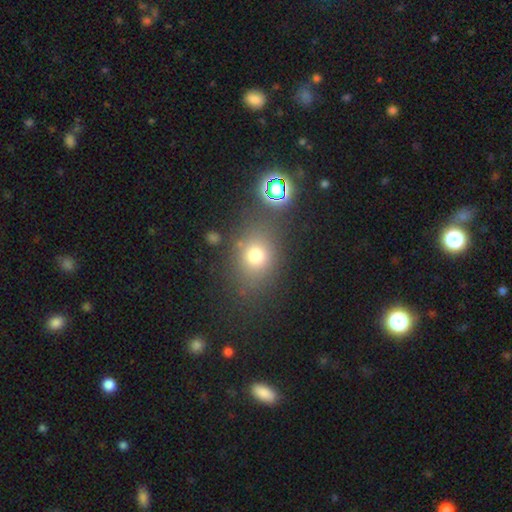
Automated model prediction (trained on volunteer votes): A smooth galaxy with no disk features (73%) that is round (58%).

Vote fractions:
- Smooth or featured? smooth: 73% / star or artifact: 18% / featured or disk: 10%
- How rounded? round: 58% / in between: 41% / cigar-shaped: 1%
- Merging? none: 71% / minor disturbance: 14% / merger: 8% / major disturbance: 7%